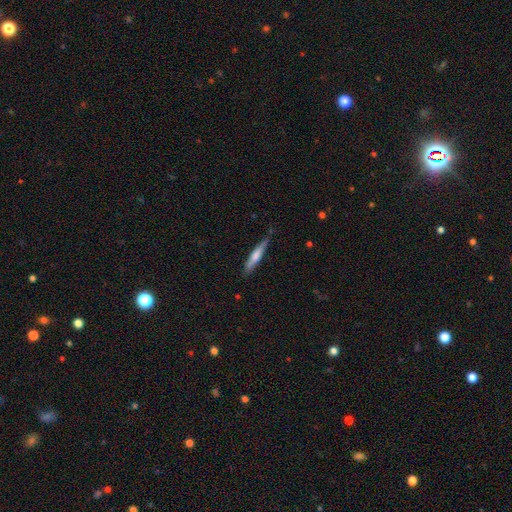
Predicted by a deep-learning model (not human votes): This is possibly a smooth galaxy (55%). How rounded: clearly cigar-shaped (92%). Merging: likely none (80%).